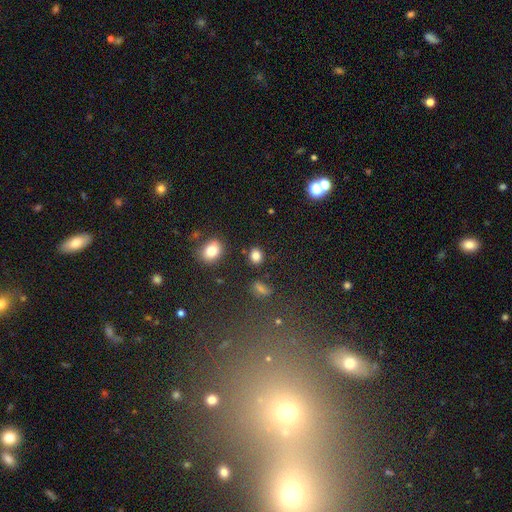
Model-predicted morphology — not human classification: A smooth galaxy with no disk features (83%) that is round (64%). Merging: none (82%).